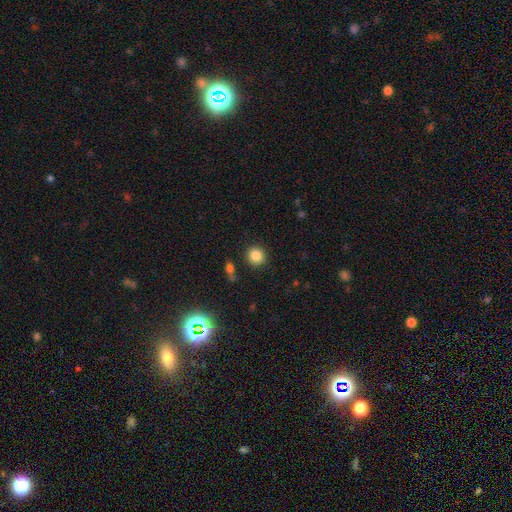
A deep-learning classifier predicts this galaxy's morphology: Smooth or featured?
  - smooth: 84% *
  - star or artifact: 11%
  - featured or disk: 5%
How rounded?
  - round: 90% *
  - in between: 9%
  - cigar-shaped: 1%
Merging?
  - none: 89% *
  - minor disturbance: 6%
  - major disturbance: 2%
  - merger: 2%